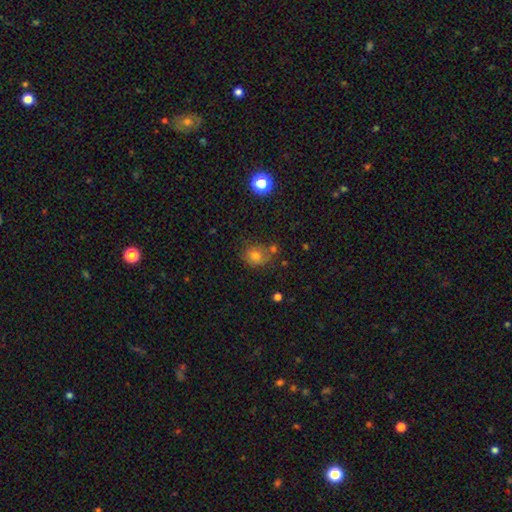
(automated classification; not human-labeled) This is likely a smooth galaxy (73%). How rounded: likely round (69%). Merging: possibly none (60%).